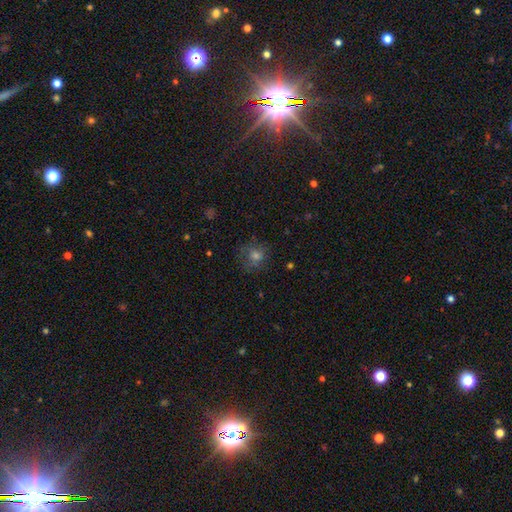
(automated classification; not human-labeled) Morphology: type=smooth (62%); roundness=round (84%); merging=none (73%).